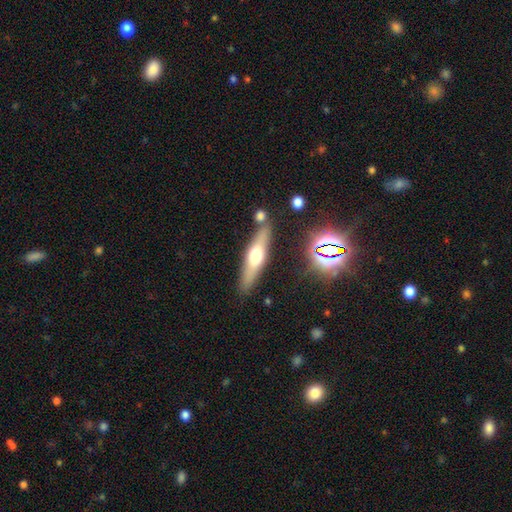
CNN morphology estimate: Smooth or featured? Predicted: featured or disk (p=0.50). Merging? Predicted: none (p=0.81).